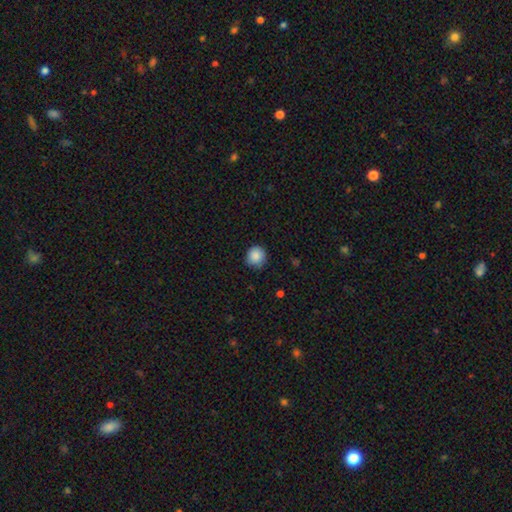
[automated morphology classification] A smooth galaxy with no disk features (87%) that is round (92%).

Vote fractions:
- Smooth or featured? smooth: 87% / star or artifact: 9% / featured or disk: 4%
- How rounded? round: 92% / in between: 7% / cigar-shaped: 1%
- Merging? none: 82% / minor disturbance: 15% / major disturbance: 2% / merger: 1%